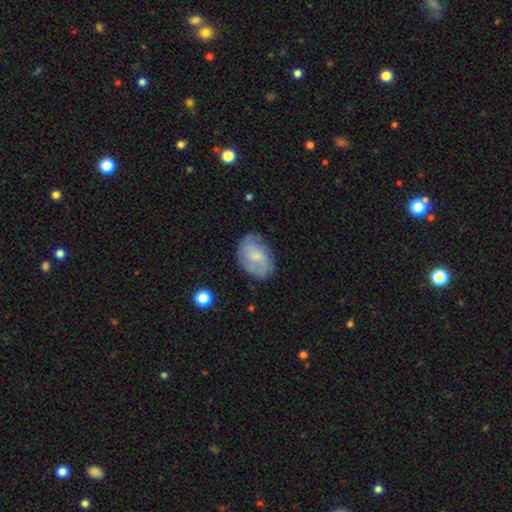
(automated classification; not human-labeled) smooth_or_featured: featured or disk (p=0.51) [alt: smooth p=0.42]
disk_edge_on: no (p=0.97) [alt: yes p=0.03]
merging: none (p=0.68) [alt: minor disturbance p=0.23]